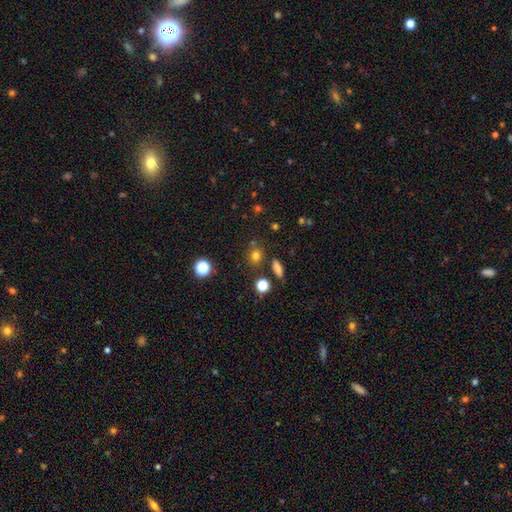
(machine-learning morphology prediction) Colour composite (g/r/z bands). It shows a smooth galaxy with no disk features (75%) that is round (74%). Merging: none (77%).